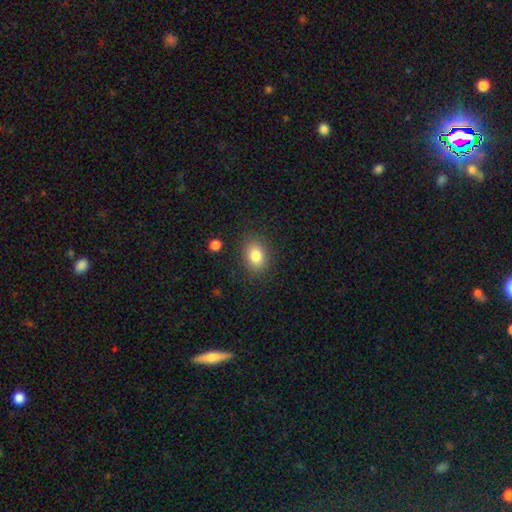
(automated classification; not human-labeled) This appears to be a smooth galaxy with no disk features (83%) that is in between round and cigar-shaped (72%). Merging: none (85%).